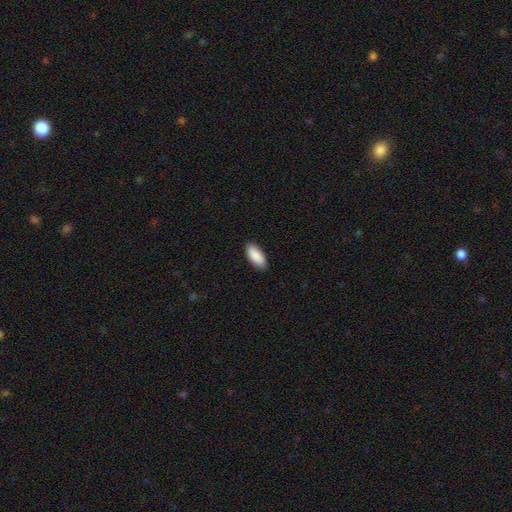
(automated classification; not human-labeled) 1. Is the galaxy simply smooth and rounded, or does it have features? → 90% smooth, 5% star or artifact, 4% featured or disk.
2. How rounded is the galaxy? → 88% in between, 11% cigar-shaped, 2% round.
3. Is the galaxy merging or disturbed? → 87% none, 10% minor disturbance, 2% major disturbance, 1% merger.